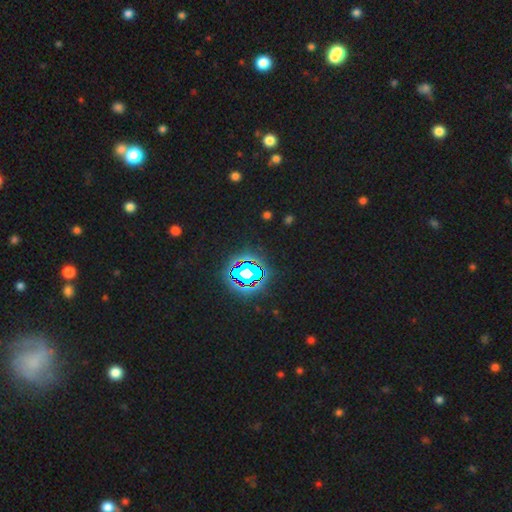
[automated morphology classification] The model was most divided on "smooth or featured": star or artifact: 80%, smooth: 12%, featured or disk: 8%.